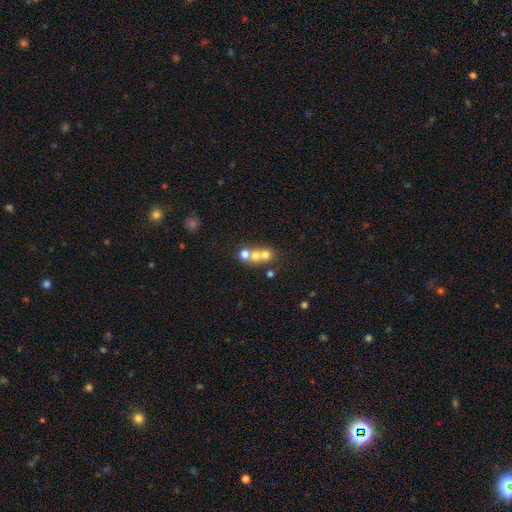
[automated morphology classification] type=smooth (60%); roundness=round (80%); merging=merger (59%).